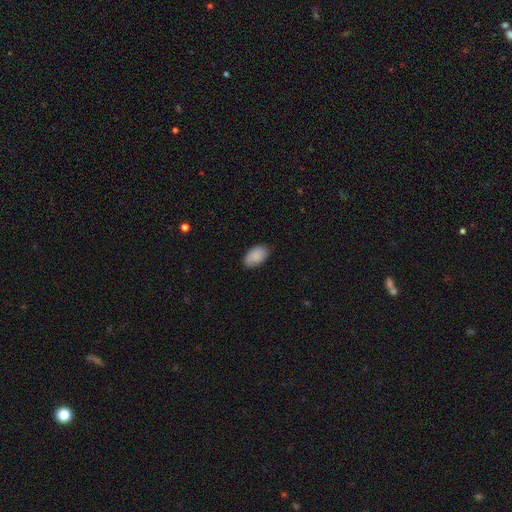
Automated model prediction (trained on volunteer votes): This is clearly a smooth galaxy (88%). How rounded: clearly in between (94%). Merging: clearly none (81%).